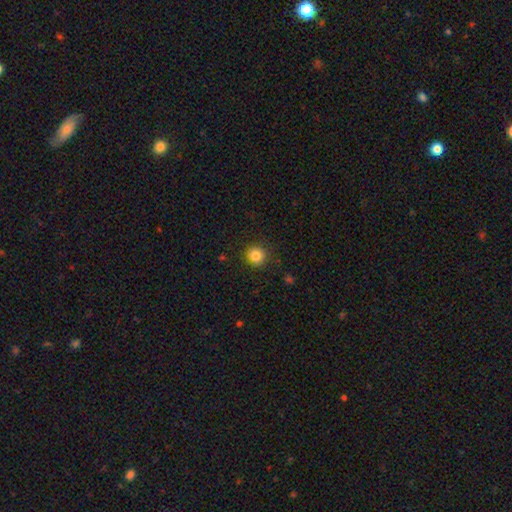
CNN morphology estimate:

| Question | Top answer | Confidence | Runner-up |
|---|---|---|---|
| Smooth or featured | smooth | 84% | star or artifact (11%) |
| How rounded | round | 91% | in between (8%) |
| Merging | none | 89% | minor disturbance (7%) |